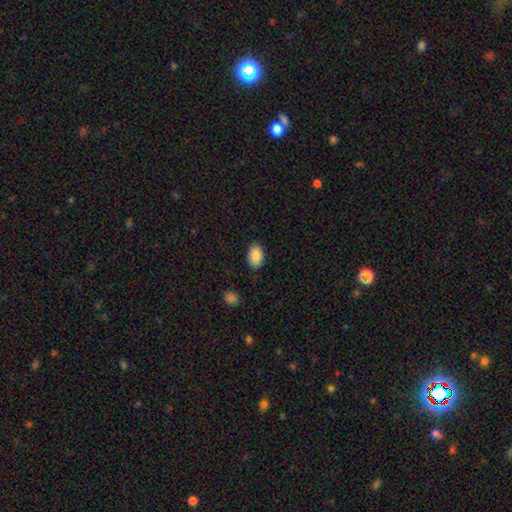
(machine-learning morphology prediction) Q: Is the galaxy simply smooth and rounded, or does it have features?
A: smooth — 86%.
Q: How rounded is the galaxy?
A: in between — 87%.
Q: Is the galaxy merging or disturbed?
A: none — 85%.